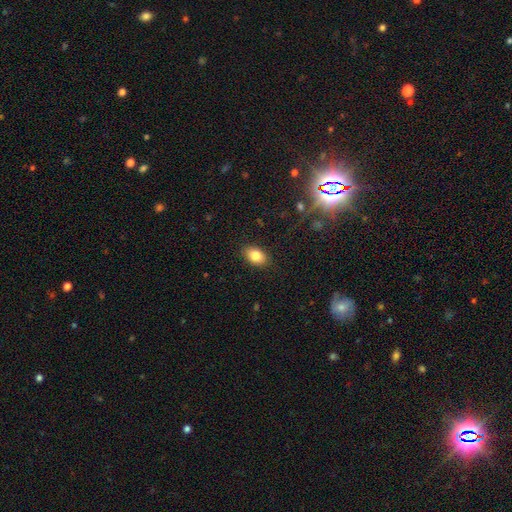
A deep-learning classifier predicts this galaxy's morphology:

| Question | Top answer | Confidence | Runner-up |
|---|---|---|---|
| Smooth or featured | smooth | 83% | star or artifact (9%) |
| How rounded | in between | 87% | round (12%) |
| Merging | none | 87% | minor disturbance (9%) |